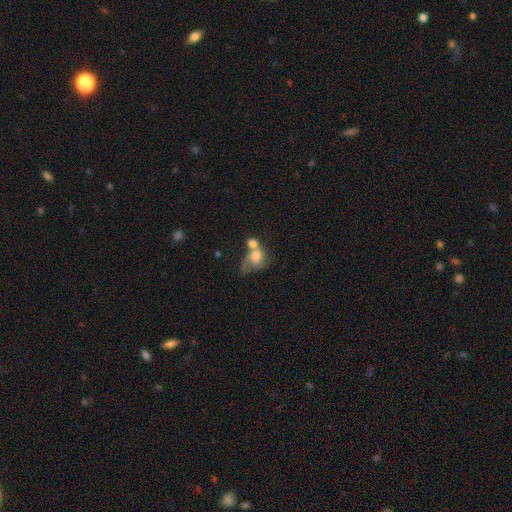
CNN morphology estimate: type=smooth (59%); roundness=in between (53%); merging=merger (59%).